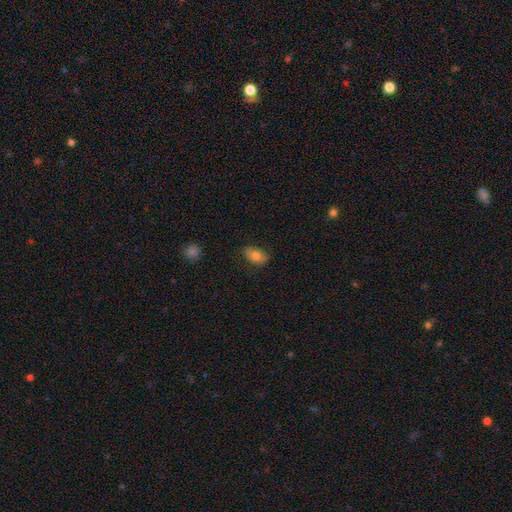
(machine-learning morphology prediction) type=smooth (78%); roundness=in between (84%); merging=none (80%).